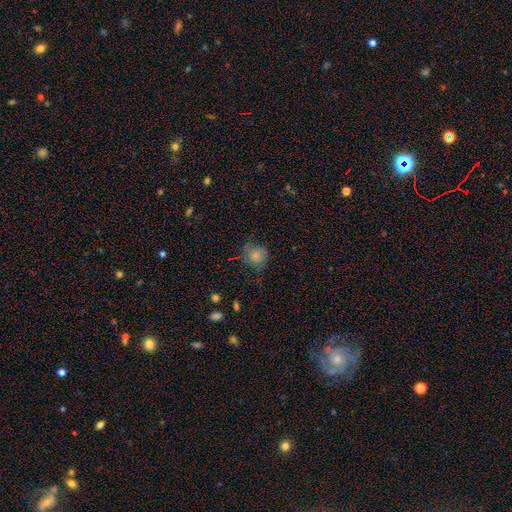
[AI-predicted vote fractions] smooth 77%, featured or disk 12%, star or artifact 11%. Down the decision tree: how rounded — round (82%); merging — none (64%).